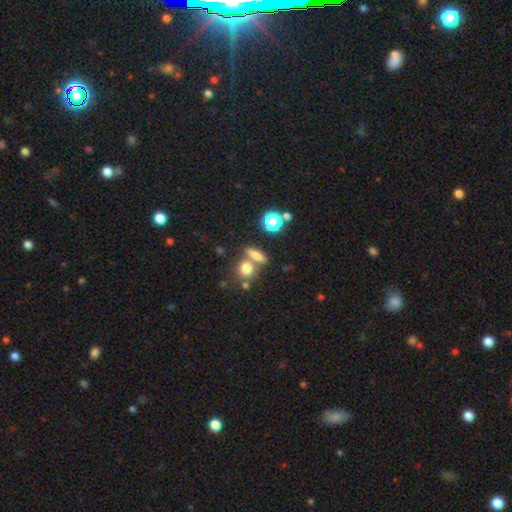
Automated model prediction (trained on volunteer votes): Morphology: type=smooth (68%); roundness=in between (40%); merging=none (59%).